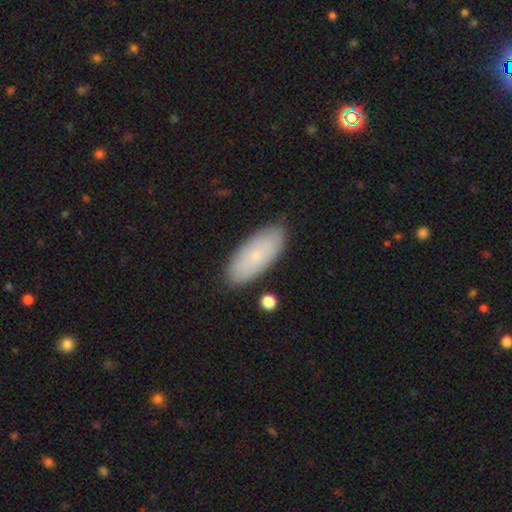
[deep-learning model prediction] This is likely a smooth galaxy (72%). How rounded: clearly in between (84%). Merging: clearly none (85%).